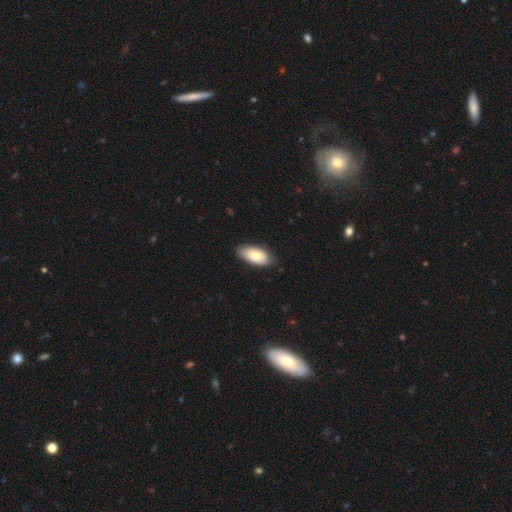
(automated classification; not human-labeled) smooth-or-featured: smooth: 80% | featured or disk: 14% | star or artifact: 6%
  how-rounded: in between: 91% | cigar-shaped: 7% | round: 2%
  merging: none: 83% | minor disturbance: 14% | major disturbance: 2% | merger: 1%